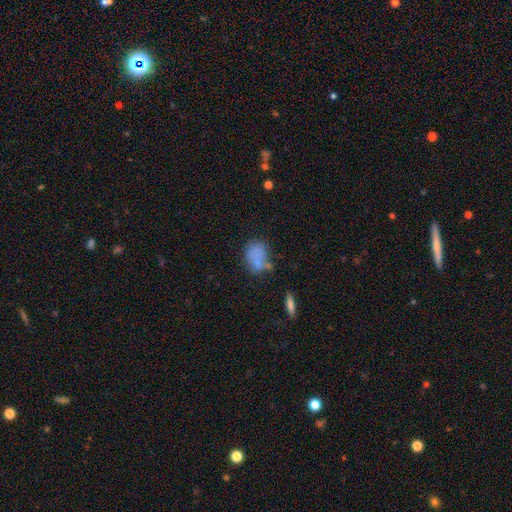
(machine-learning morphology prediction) A smooth galaxy with no disk features (70%) that is in between round and cigar-shaped (62%). Merging: none (46%).